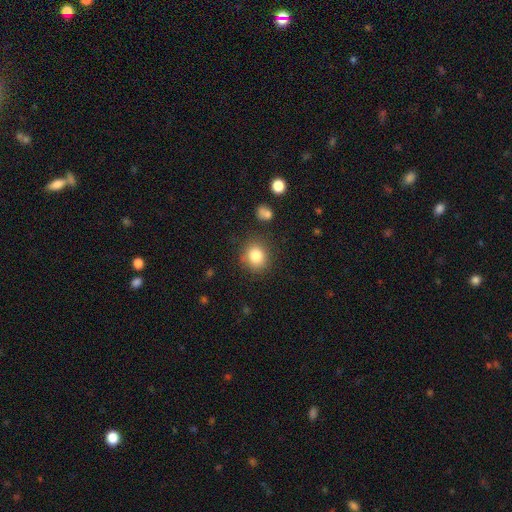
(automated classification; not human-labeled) A smooth galaxy with no disk features (83%) that is round (77%). Merging: none (83%).